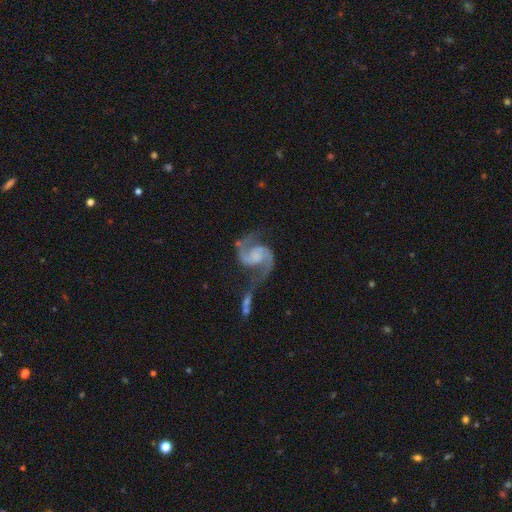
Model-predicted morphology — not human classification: smooth-or-featured: featured or disk: 92% | star or artifact: 4% | smooth: 4%
  disk-edge-on: no: 98% | yes: 2%
    bar: no: 56% | weak: 34% | strong: 10%
    has-spiral-arms: yes: 98% | no: 2%
      spiral-winding: medium: 49% | loose: 40% | tight: 11%
      spiral-arm-count: 2: 94% | 1: 2% | can't tell: 1% | 3: 1% | 4: 1% | more than 4: 1%
    bulge-size: none: 52% | small: 20% | moderate: 17% | large: 9% | dominant: 2%
  merging: none: 53% | minor disturbance: 17% | merger: 15% | major disturbance: 15%